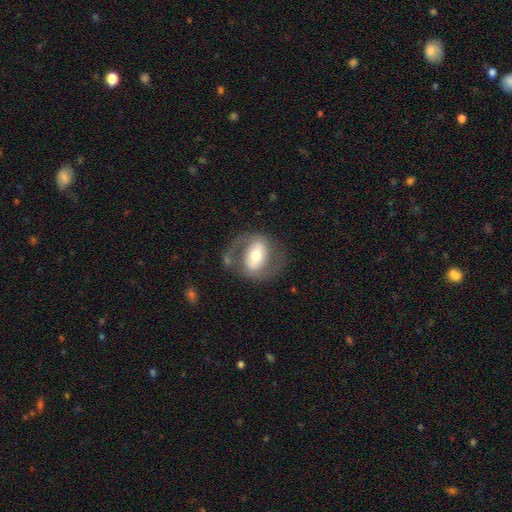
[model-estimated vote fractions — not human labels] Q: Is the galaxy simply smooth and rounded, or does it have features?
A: featured or disk — 68%.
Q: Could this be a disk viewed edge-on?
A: no — 95%.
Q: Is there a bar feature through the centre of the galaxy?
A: strong — 40%.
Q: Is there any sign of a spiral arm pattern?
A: yes — 68%.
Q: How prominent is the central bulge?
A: moderate — 66%.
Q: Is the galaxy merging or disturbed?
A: none — 65%.